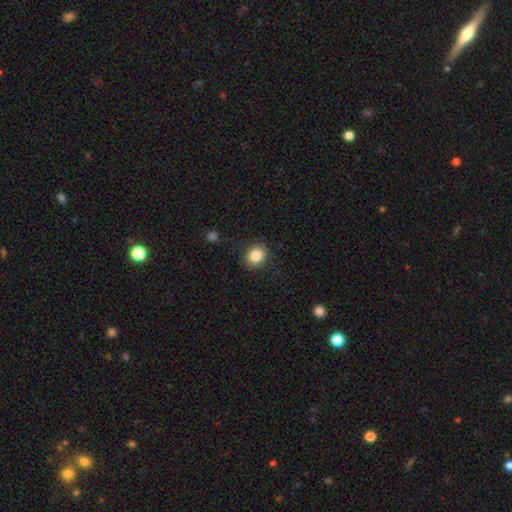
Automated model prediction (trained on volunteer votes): Overall: smooth (85%). How rounded: round (70%; in between 30%). Merging: none (85%).